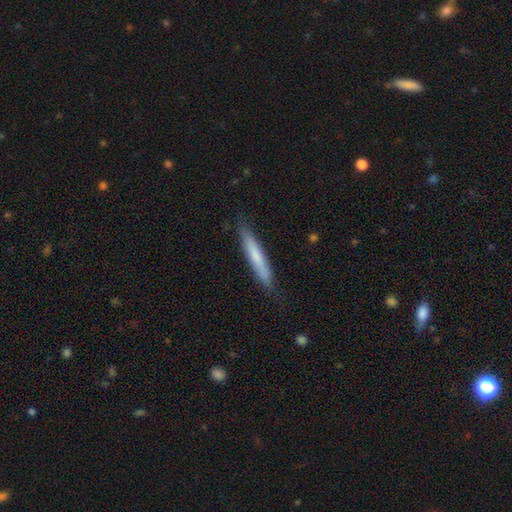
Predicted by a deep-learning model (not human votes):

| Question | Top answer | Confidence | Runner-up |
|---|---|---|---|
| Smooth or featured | smooth | 68% | featured or disk (27%) |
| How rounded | cigar-shaped | 94% | in between (5%) |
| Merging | none | 84% | minor disturbance (13%) |